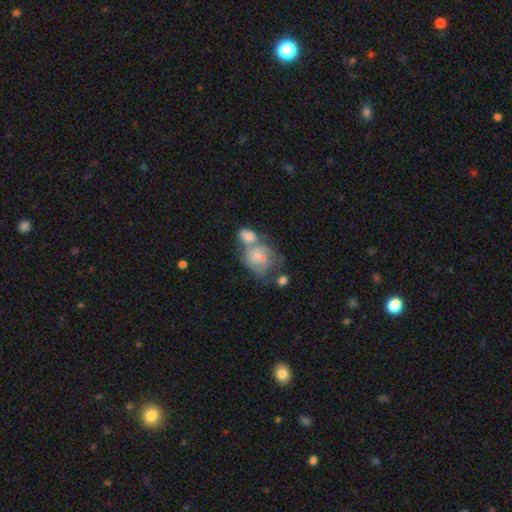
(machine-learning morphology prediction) Q: Smooth or featured?
A: featured or disk (55%); runner-up: smooth (36%)
Q: Edge-on disk?
A: no (97%); runner-up: yes (3%)
Q: Bar?
A: no (70%); runner-up: weak (25%)
Q: Spiral arms?
A: yes (68%); runner-up: no (32%)
Q: Bulge size?
A: small (55%); runner-up: moderate (31%)
Q: Merging?
A: merger (59%); runner-up: none (19%)